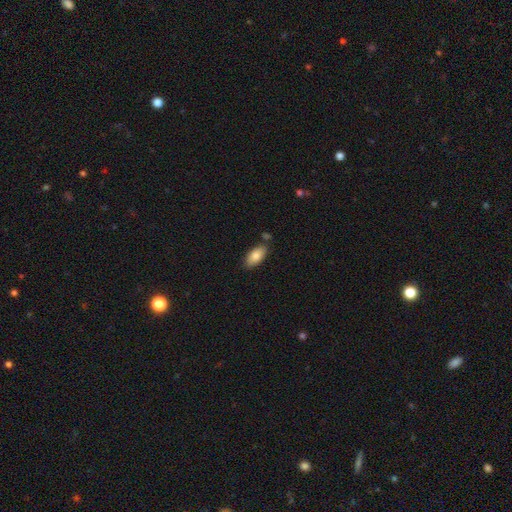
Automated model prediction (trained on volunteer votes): smooth_or_featured: smooth (p=0.83) [alt: featured or disk p=0.10]
how_rounded: in between (p=0.90) [alt: cigar-shaped p=0.08]
merging: none (p=0.79) [alt: minor disturbance p=0.13]